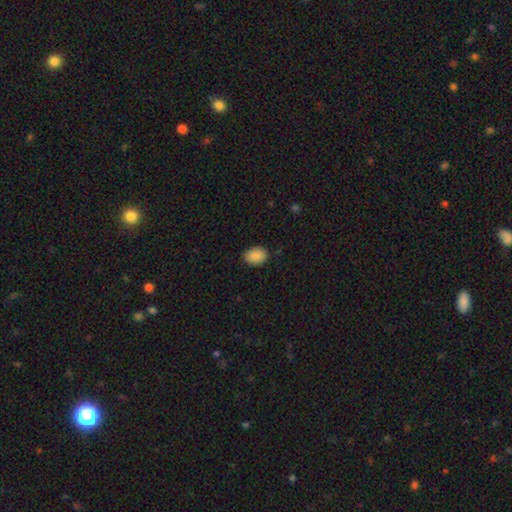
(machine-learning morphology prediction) A smooth galaxy with no disk features (89%) that is in between round and cigar-shaped (74%).

Vote fractions:
- Smooth or featured? smooth: 89% / star or artifact: 8% / featured or disk: 3%
- How rounded? in between: 74% / round: 25% / cigar-shaped: 1%
- Merging? none: 85% / minor disturbance: 11% / major disturbance: 2% / merger: 1%